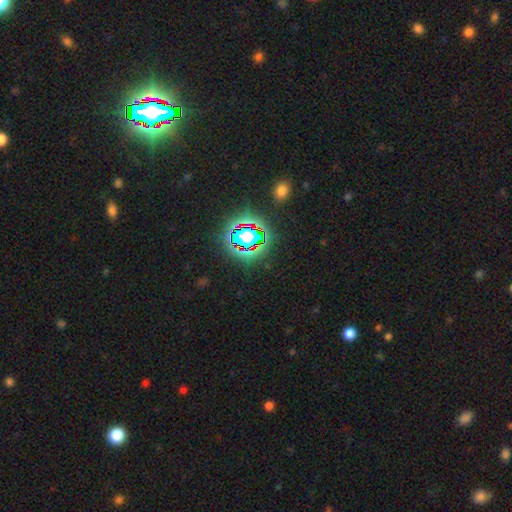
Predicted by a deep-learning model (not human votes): smooth_or_featured: star or artifact (p=0.83) [alt: smooth p=0.10]